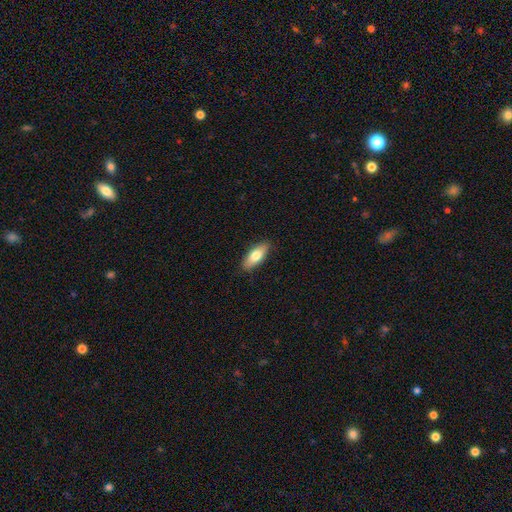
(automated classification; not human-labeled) Smooth or featured: smooth — 75% (featured or disk — 19%)
How rounded: in between — 76% (cigar-shaped — 22%)
Merging: none — 88% (minor disturbance — 9%)